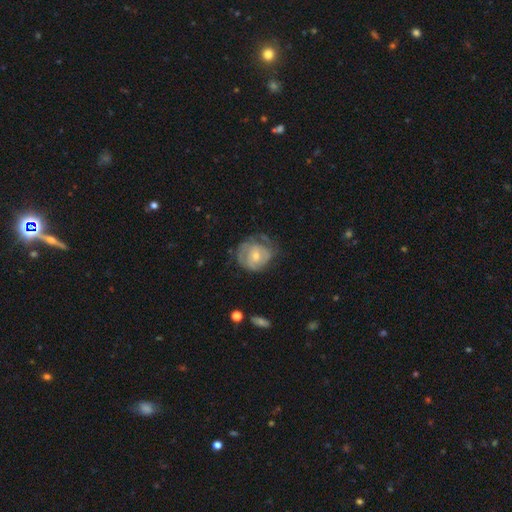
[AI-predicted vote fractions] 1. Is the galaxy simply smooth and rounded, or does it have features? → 69% featured or disk, 25% smooth, 6% star or artifact.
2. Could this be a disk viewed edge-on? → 97% no, 3% yes.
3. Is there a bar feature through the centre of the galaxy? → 67% no, 28% weak, 5% strong.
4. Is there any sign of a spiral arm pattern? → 81% yes, 19% no.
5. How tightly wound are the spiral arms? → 61% tight, 29% medium, 10% loose.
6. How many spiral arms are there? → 43% can't tell, 30% 2, 13% 3, 6% 1, 4% 4, 3% more than 4.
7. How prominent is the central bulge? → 56% small, 40% moderate, 2% large, 2% none, 1% dominant.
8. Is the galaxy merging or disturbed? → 53% none, 27% minor disturbance, 18% major disturbance, 2% merger.